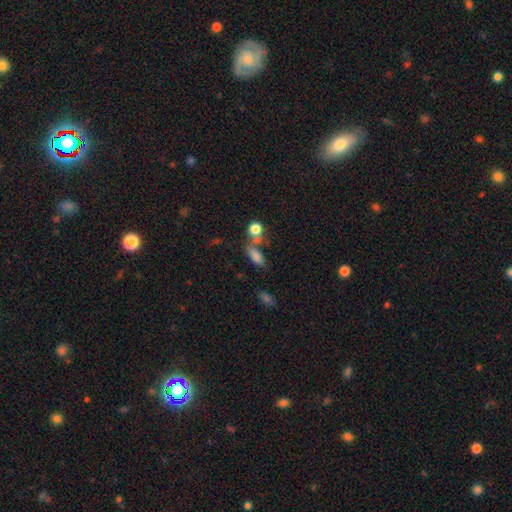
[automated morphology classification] smooth-or-featured: smooth: 79% | star or artifact: 12% | featured or disk: 10%
  how-rounded: in between: 76% | cigar-shaped: 14% | round: 10%
  merging: none: 46% | merger: 30% | minor disturbance: 15% | major disturbance: 9%